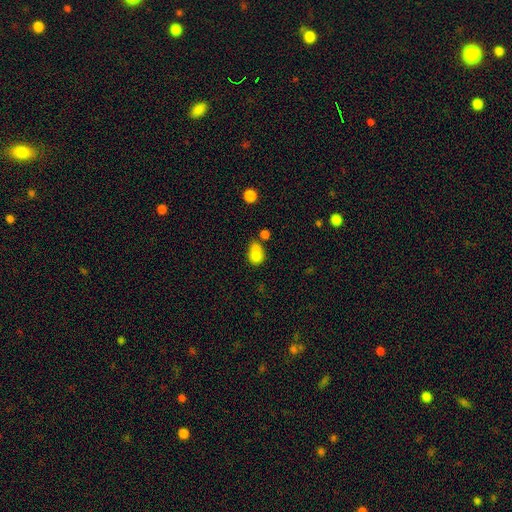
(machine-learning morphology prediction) type=smooth (79%); roundness=in between (58%); merging=merger (39%).